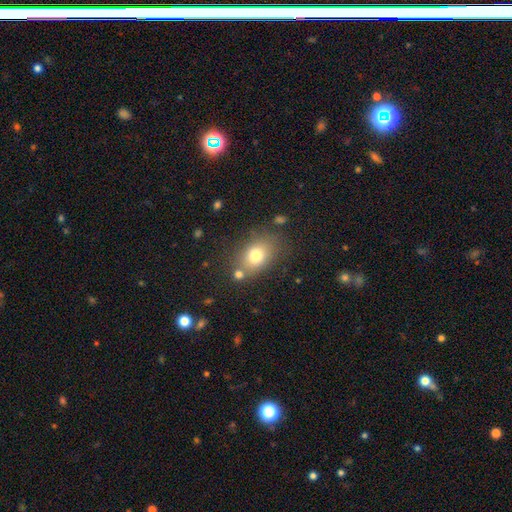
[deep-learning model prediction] Overall: smooth (75%). How rounded: in between (74%). Merging: none (68%).